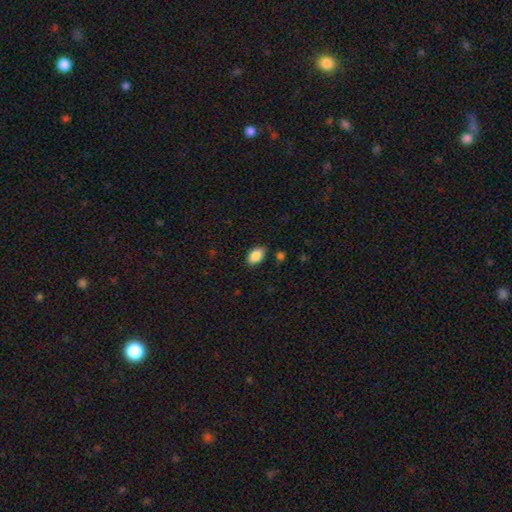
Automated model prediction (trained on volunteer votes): A smooth galaxy with no disk features (88%) that is in between round and cigar-shaped (88%).

Vote fractions:
- Smooth or featured? smooth: 88% / star or artifact: 7% / featured or disk: 4%
- How rounded? in between: 88% / round: 10% / cigar-shaped: 1%
- Merging? none: 82% / minor disturbance: 13% / major disturbance: 3% / merger: 2%